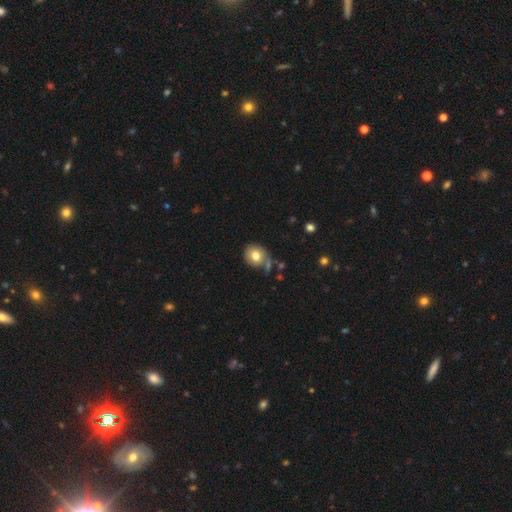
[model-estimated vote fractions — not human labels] This is likely a smooth galaxy (76%). How rounded: likely round (75%). Merging: likely none (62%).